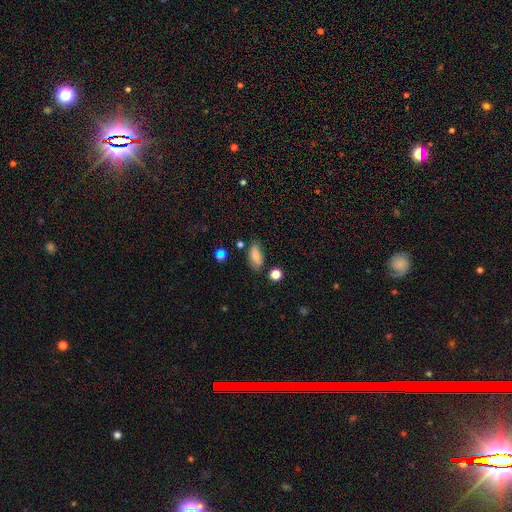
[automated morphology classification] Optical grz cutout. It shows a smooth galaxy with no disk features (82%) that is in between round and cigar-shaped (85%). Merging: none (73%).